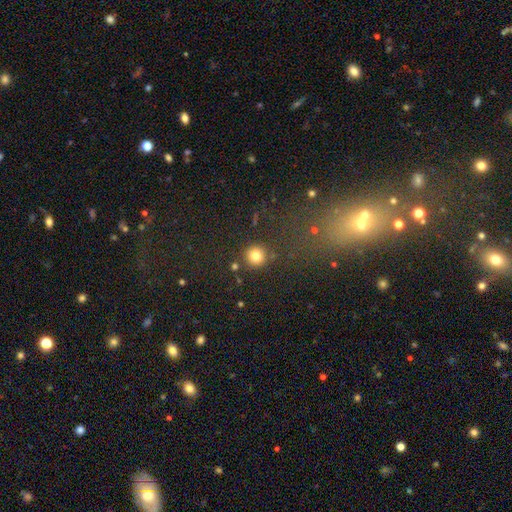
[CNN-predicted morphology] A smooth galaxy with no disk features (82%) that is round (92%). Merging: none (82%).